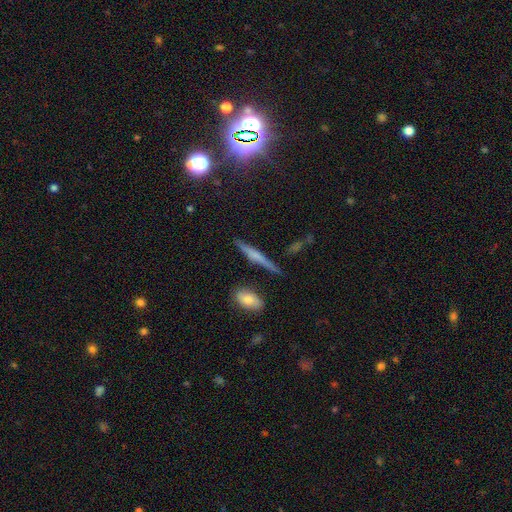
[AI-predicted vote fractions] Smooth or featured? Predicted: featured or disk (p=0.54). Edge-on disk? Predicted: yes (p=0.95). Edge-on bulge? Predicted: rounded (p=0.47). Merging? Predicted: none (p=0.83).